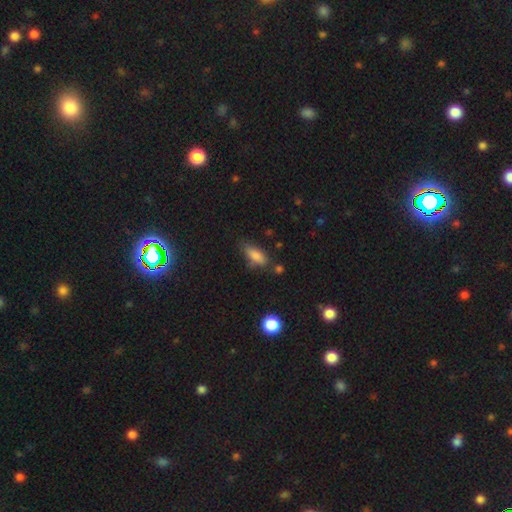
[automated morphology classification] Smooth or featured: smooth — 83% (star or artifact — 9%)
How rounded: in between — 74% (cigar-shaped — 23%)
Merging: none — 63% (minor disturbance — 25%)